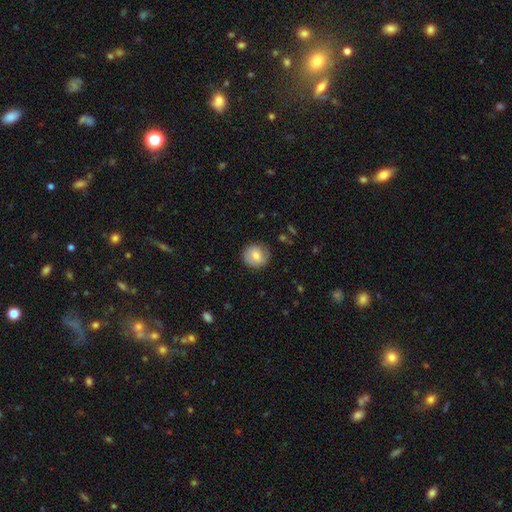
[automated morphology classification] A smooth galaxy with no disk features (67%) that is round (88%). Merging: none (81%).